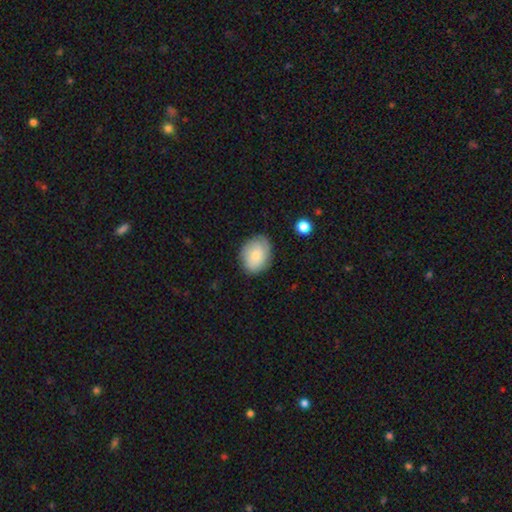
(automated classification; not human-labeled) Smooth or featured: smooth — 74% (featured or disk — 19%)
How rounded: in between — 63% (round — 36%)
Merging: none — 78% (minor disturbance — 17%)